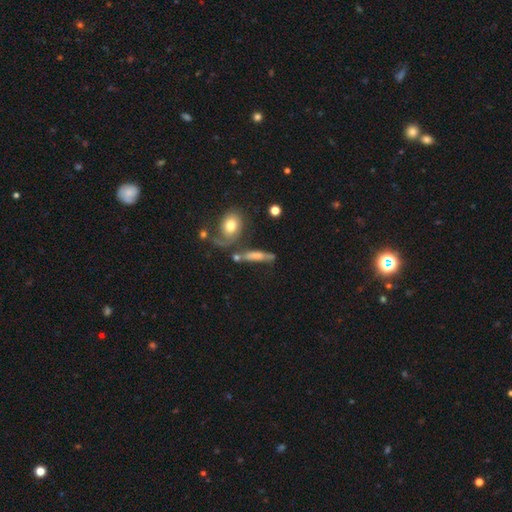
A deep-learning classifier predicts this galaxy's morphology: The model was most divided on "smooth or featured": smooth: 55%, featured or disk: 36%, star or artifact: 10%. Remaining: how rounded — cigar-shaped (61%); merging — none (44%).